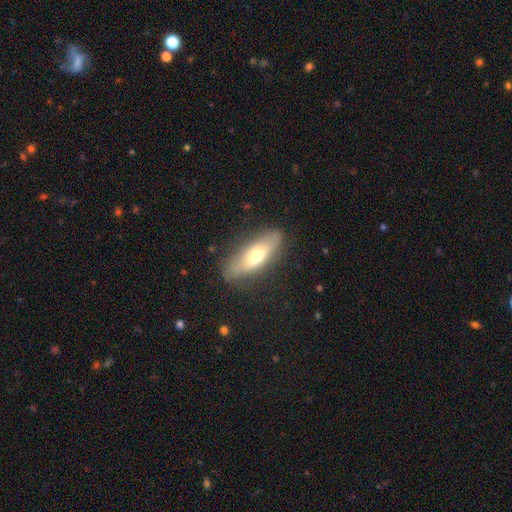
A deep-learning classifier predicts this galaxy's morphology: Overall: smooth (55%; featured or disk 39%). How rounded: in between (56%; cigar-shaped 41%). Merging: none (82%).